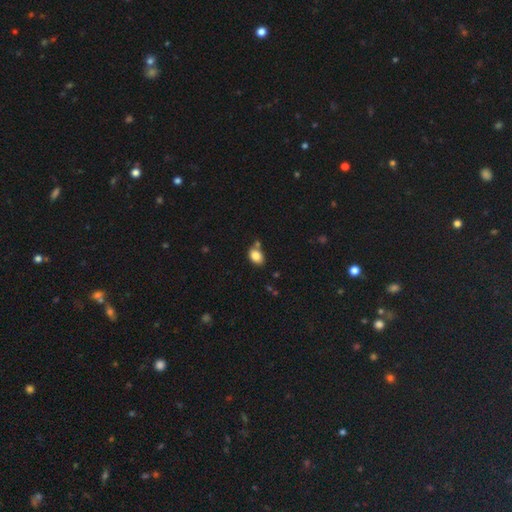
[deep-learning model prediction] Q: Smooth or featured?
A: smooth (85%); runner-up: star or artifact (9%)
Q: How rounded?
A: in between (77%); runner-up: round (22%)
Q: Merging?
A: none (66%); runner-up: minor disturbance (15%)